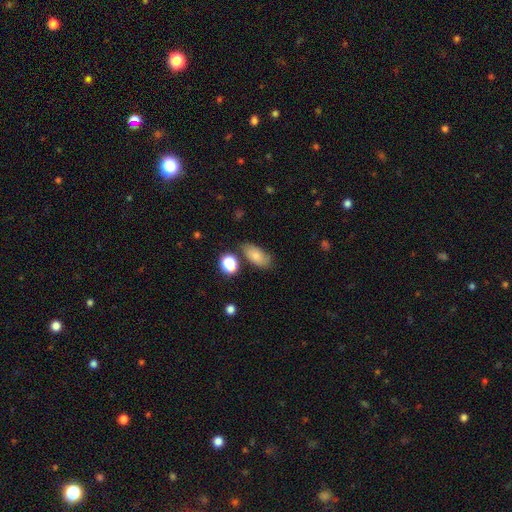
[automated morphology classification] Smooth or featured?
  - smooth: 76% *
  - featured or disk: 15%
  - star or artifact: 10%
How rounded?
  - in between: 89% *
  - round: 6%
  - cigar-shaped: 5%
Merging?
  - none: 71% *
  - minor disturbance: 17%
  - merger: 7%
  - major disturbance: 4%